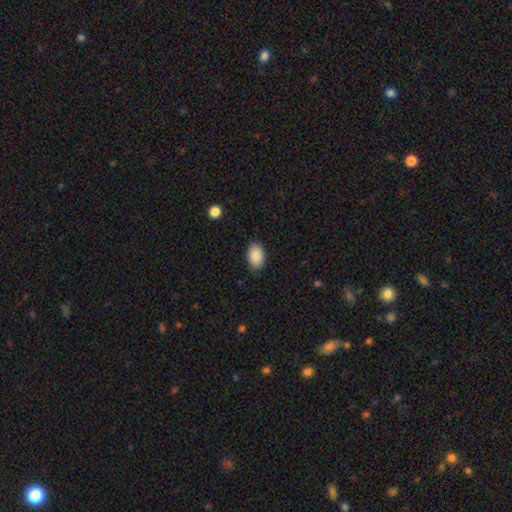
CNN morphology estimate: A smooth galaxy with no disk features (90%) that is in between round and cigar-shaped (89%).

Vote fractions:
- Smooth or featured? smooth: 90% / star or artifact: 7% / featured or disk: 3%
- How rounded? in between: 89% / round: 10% / cigar-shaped: 1%
- Merging? none: 87% / minor disturbance: 10% / major disturbance: 2% / merger: 1%